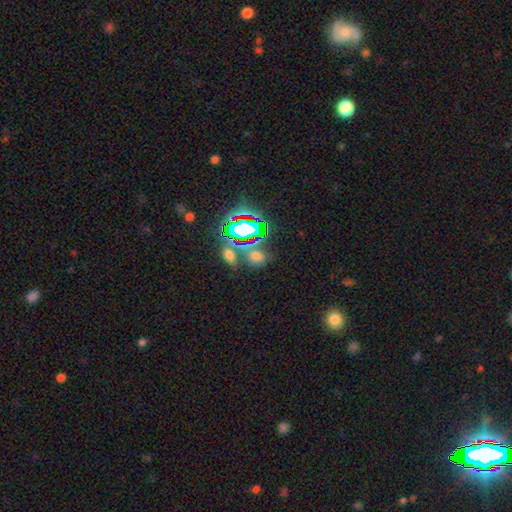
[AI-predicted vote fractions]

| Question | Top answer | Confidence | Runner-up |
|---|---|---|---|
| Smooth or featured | smooth | 49% | star or artifact (41%) |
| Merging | none | 60% | merger (20%) |